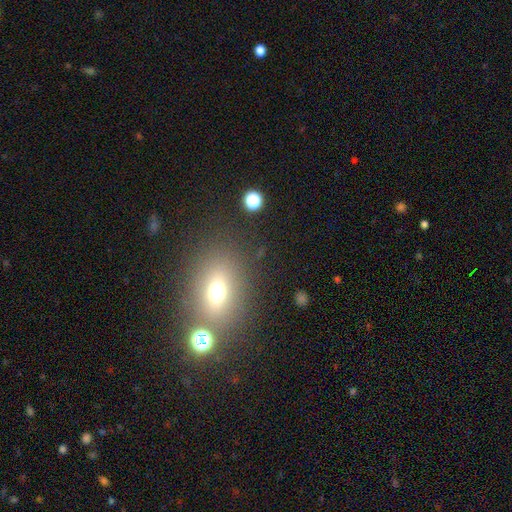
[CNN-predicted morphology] This appears to be a smooth galaxy with no disk features (59%) that is in between round and cigar-shaped (69%). Merging: none (70%).